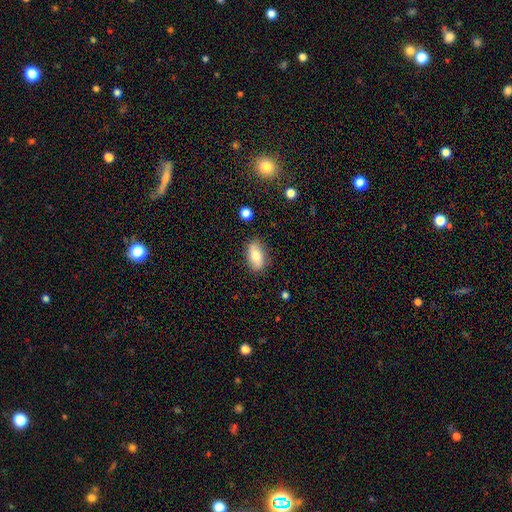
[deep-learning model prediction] Smooth or featured? smooth (78%)
How rounded? in between (89%)
Merging? none (82%)